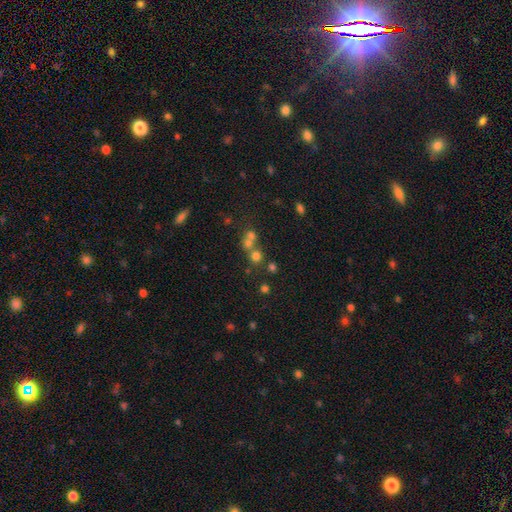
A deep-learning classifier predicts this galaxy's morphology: Smooth or featured: smooth — 58% (star or artifact — 26%)
How rounded: round — 87% (in between — 12%)
Merging: none — 47% (merger — 43%)